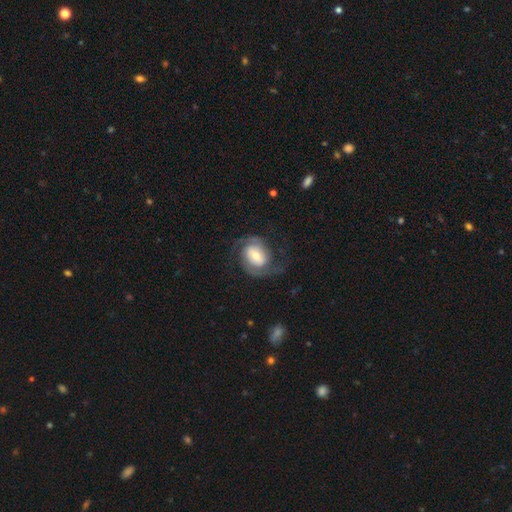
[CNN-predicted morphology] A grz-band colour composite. It shows a featured or disk galaxy (83%) with no bar (41%), 2 (90%) medium (50%) spiral arms (96%) and a moderate central bulge (50%). Merging: none (70%).